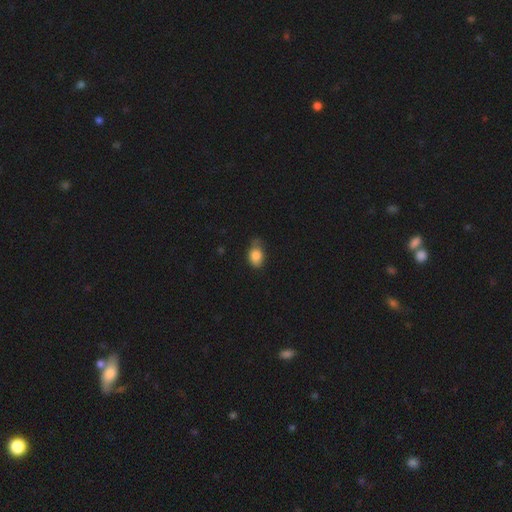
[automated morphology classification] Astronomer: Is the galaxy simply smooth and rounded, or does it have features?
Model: smooth — 83%.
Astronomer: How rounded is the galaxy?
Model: in between — 76%.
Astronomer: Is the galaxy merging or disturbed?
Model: none — 49% (runner-up: minor disturbance, 39%).